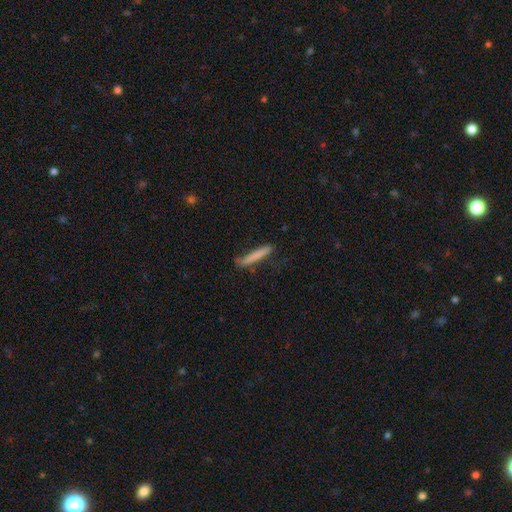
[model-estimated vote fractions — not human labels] Morphology: type=smooth (73%); roundness=cigar-shaped (95%); merging=none (75%).